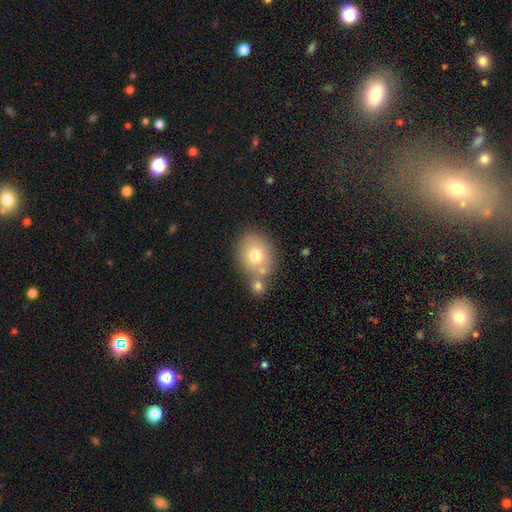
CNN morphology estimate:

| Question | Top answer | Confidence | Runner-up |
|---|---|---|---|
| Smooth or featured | smooth | 71% | featured or disk (19%) |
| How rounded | round | 57% | in between (42%) |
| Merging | none | 54% | merger (29%) |